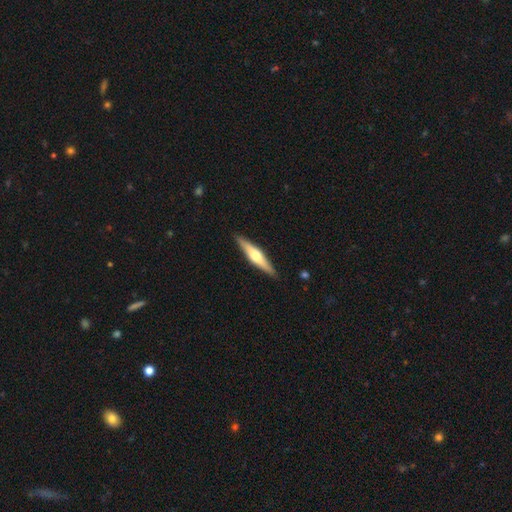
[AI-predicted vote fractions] This appears to be a featured or disk galaxy (59%) viewed edge-on (95%) with a rounded central bulge (91%). Merging: none (89%).